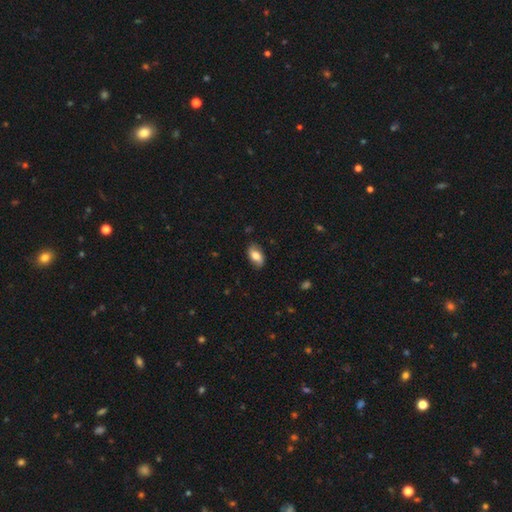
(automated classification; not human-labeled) Smooth or featured? Predicted: smooth (p=0.71). How rounded? Predicted: in between (p=0.91). Merging? Predicted: none (p=0.81).